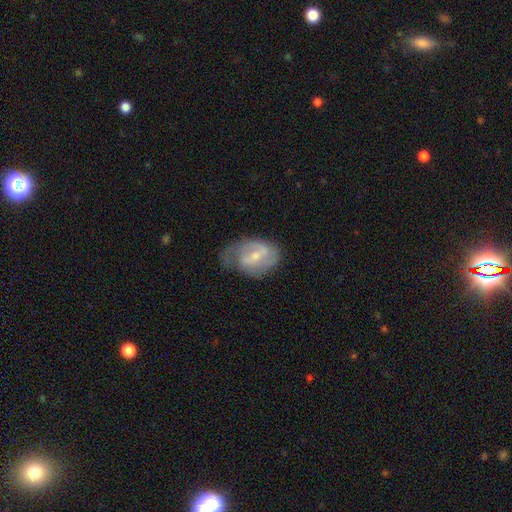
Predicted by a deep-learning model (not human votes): Smooth or featured: featured or disk — 71% (smooth — 23%)
Edge-on disk: no — 96% (yes — 4%)
Bar: weak — 51% (strong — 28%)
Spiral arms: yes — 78% (no — 22%)
Spiral winding: medium — 43% (tight — 37%)
Spiral arm count: 2 — 57% (can't tell — 24%)
Bulge size: small — 57% (moderate — 38%)
Merging: none — 48% (minor disturbance — 31%)